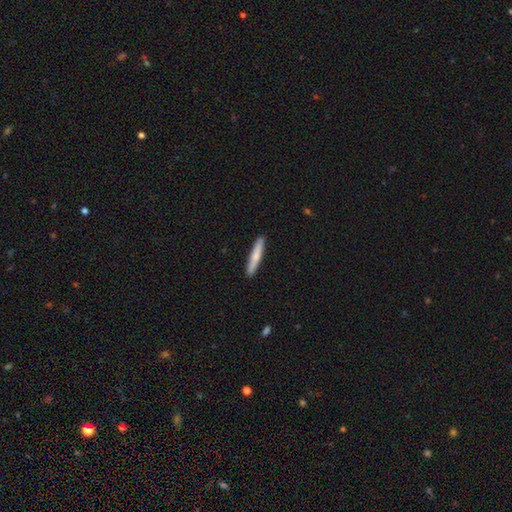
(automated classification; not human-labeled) smooth_or_featured: smooth (p=0.71) [alt: featured or disk p=0.23]
how_rounded: cigar-shaped (p=0.94) [alt: in between p=0.05]
merging: none (p=0.91) [alt: minor disturbance p=0.06]